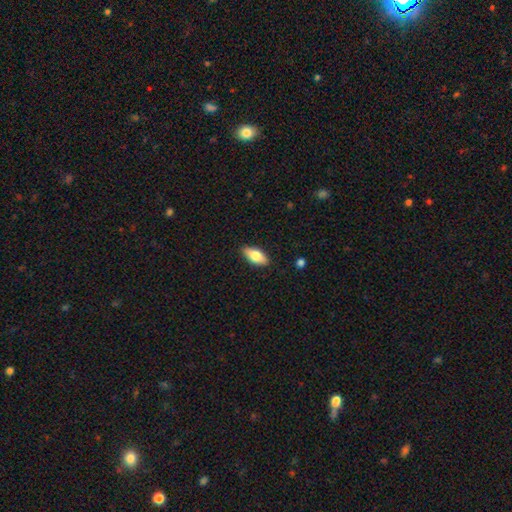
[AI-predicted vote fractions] A smooth galaxy with no disk features (74%) that is in between round and cigar-shaped (86%). Merging: none (86%).